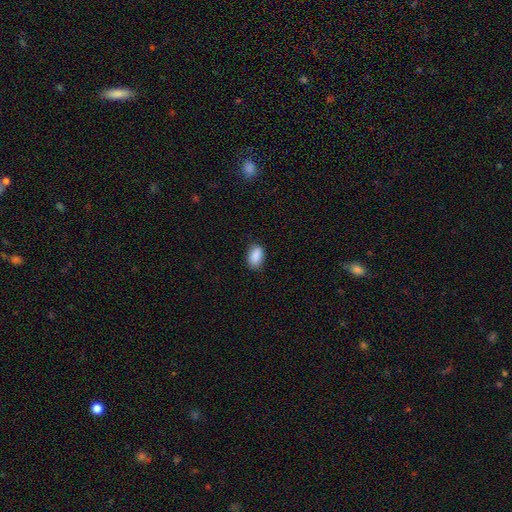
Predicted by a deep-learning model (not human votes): A smooth galaxy with no disk features (89%) that is in between round and cigar-shaped (90%). Merging: none (83%).